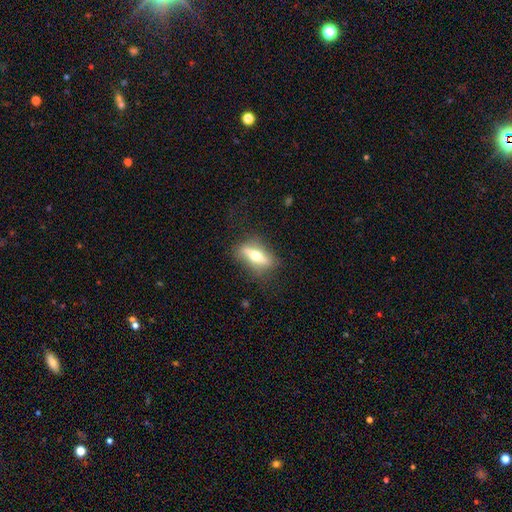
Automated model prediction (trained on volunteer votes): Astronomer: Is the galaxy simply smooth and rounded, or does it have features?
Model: featured or disk — 50% (runner-up: smooth, 44%).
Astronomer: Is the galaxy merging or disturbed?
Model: none — 79%.